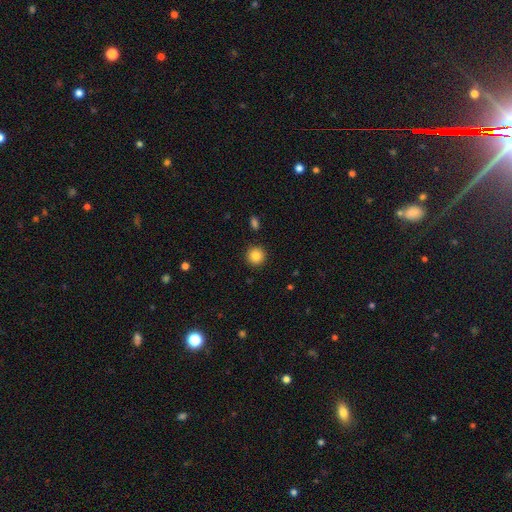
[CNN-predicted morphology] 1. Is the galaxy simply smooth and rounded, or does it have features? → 86% smooth, 10% star or artifact, 5% featured or disk.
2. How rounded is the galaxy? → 94% round, 6% in between, 1% cigar-shaped.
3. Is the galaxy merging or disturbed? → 91% none, 5% minor disturbance, 2% major disturbance, 2% merger.